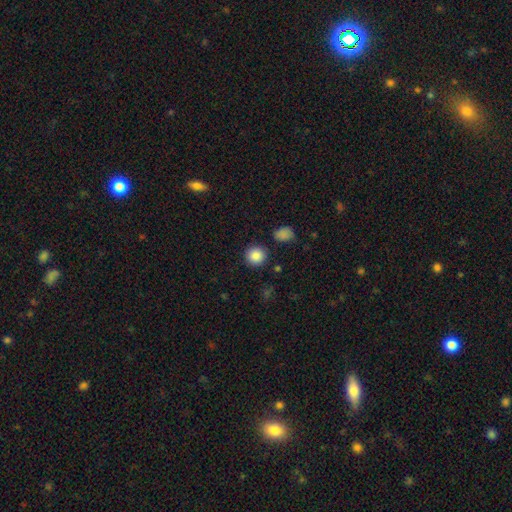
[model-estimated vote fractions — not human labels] Overall: smooth (87%). How rounded: round (93%). Merging: none (88%).